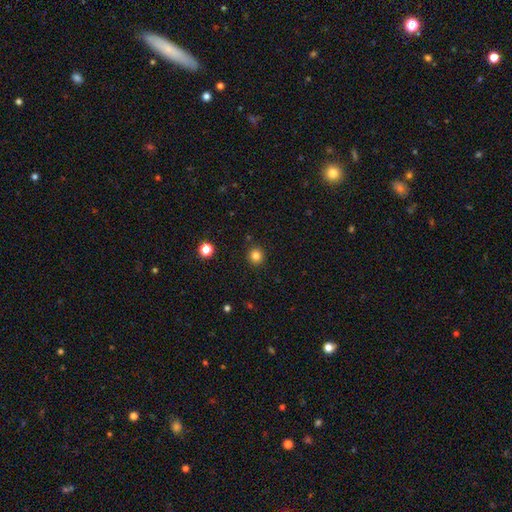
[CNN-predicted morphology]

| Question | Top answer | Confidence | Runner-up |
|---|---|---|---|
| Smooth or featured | smooth | 82% | star or artifact (13%) |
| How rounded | round | 92% | in between (7%) |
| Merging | none | 91% | minor disturbance (6%) |